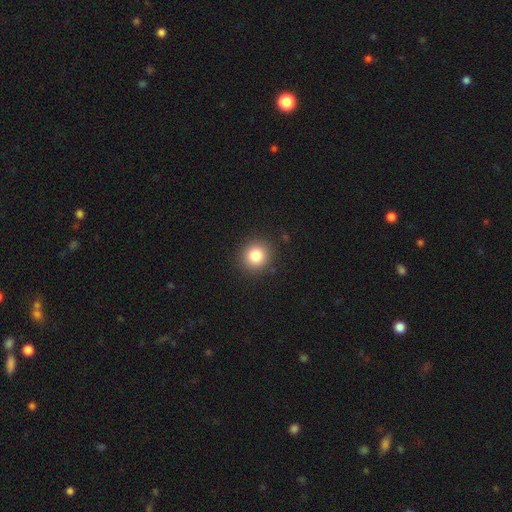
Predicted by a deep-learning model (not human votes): A smooth galaxy with no disk features (82%) that is round (90%). Merging: none (90%).